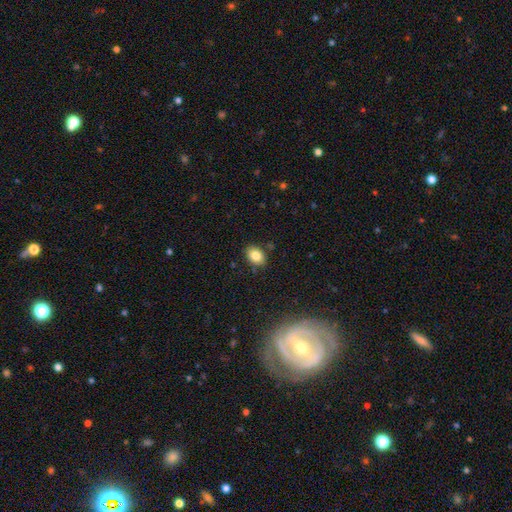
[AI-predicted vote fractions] Smooth or featured? smooth (83%)
How rounded? in between (74%)
Merging? none (84%)